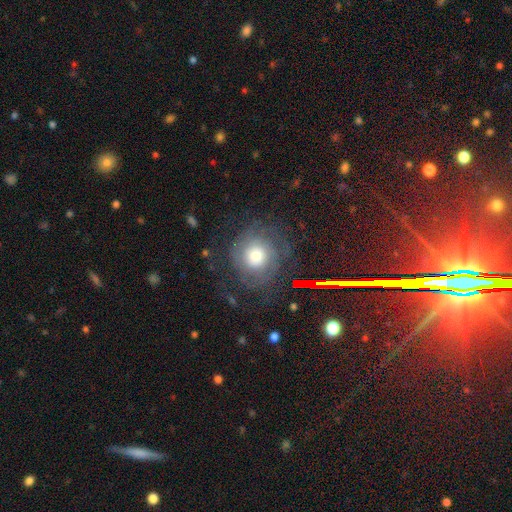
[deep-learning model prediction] smooth_or_featured: featured or disk (p=0.57) [alt: smooth p=0.31]
disk_edge_on: no (p=0.97) [alt: yes p=0.03]
bar: no (p=0.82) [alt: weak p=0.15]
has_spiral_arms: yes (p=0.81) [alt: no p=0.19]
bulge_size: moderate (p=0.50) [alt: large p=0.29]
merging: none (p=0.65) [alt: major disturbance p=0.16]